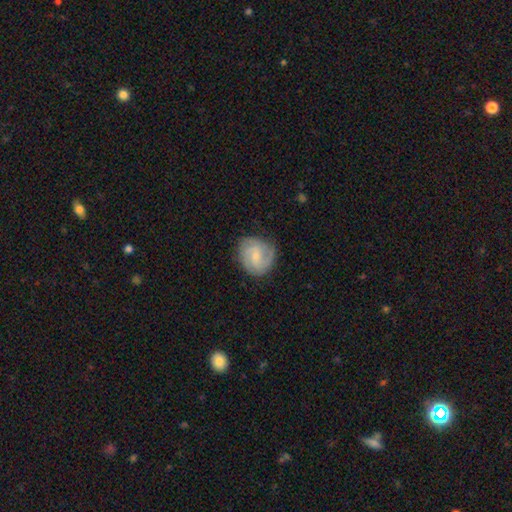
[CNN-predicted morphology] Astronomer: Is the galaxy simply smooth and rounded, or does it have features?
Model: featured or disk — 68%.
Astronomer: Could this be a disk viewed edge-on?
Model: no — 98%.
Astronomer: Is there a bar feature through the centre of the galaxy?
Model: no — 54% (runner-up: weak, 40%).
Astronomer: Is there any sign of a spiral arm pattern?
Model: yes — 93%.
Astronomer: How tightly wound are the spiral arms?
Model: tight — 50% (runner-up: medium, 40%).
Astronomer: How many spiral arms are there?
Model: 2 — 43% (runner-up: 3, 25%).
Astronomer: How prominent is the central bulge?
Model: small — 63%.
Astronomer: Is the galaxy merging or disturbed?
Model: none — 77%.